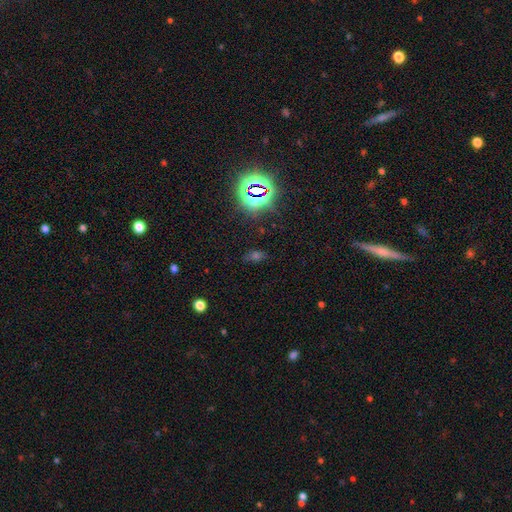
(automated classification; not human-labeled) This is possibly a star or artifact rather than a galaxy (56%).